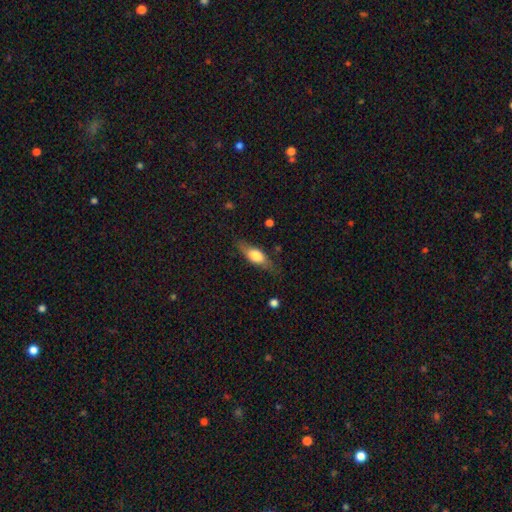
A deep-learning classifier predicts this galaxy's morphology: A smooth galaxy with no disk features (56%) that is in between round and cigar-shaped (58%). Merging: none (76%).